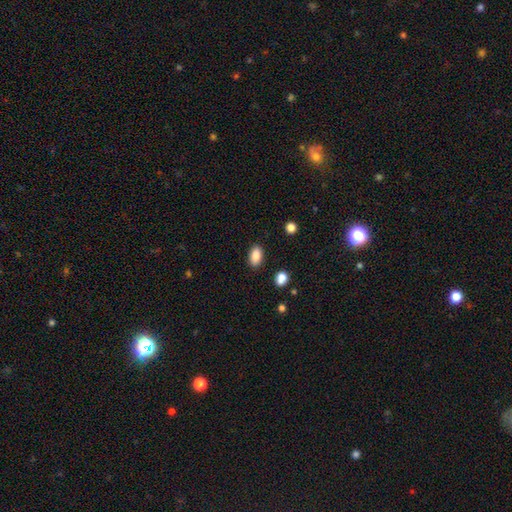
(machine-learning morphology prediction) Smooth or featured? smooth (87%)
How rounded? in between (90%)
Merging? none (87%)